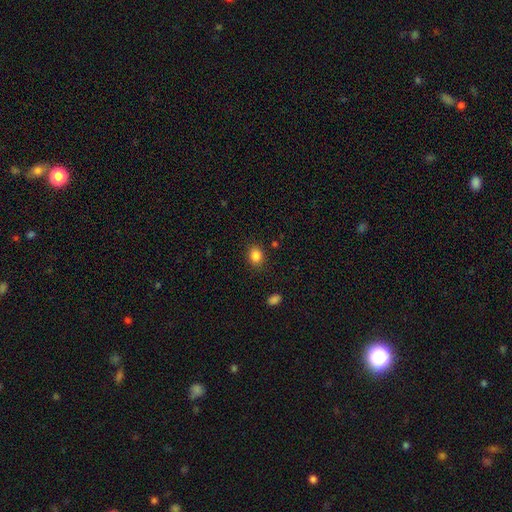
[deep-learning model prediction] A smooth galaxy with no disk features (85%) that is round (58%). Merging: none (86%).